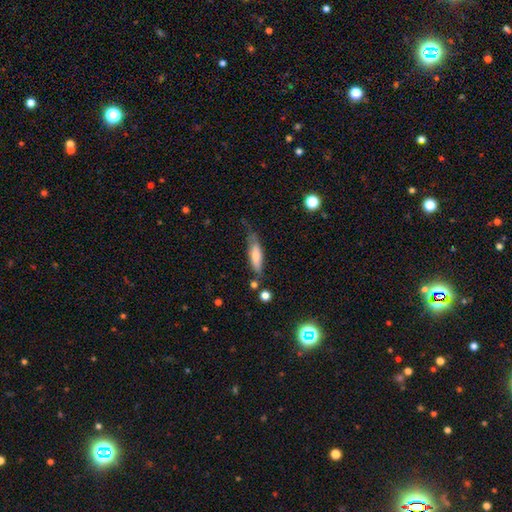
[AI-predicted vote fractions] smooth-or-featured: smooth: 65% | featured or disk: 28% | star or artifact: 7%
  how-rounded: cigar-shaped: 59% | in between: 39% | round: 2%
  merging: none: 53% | minor disturbance: 30% | major disturbance: 11% | merger: 6%